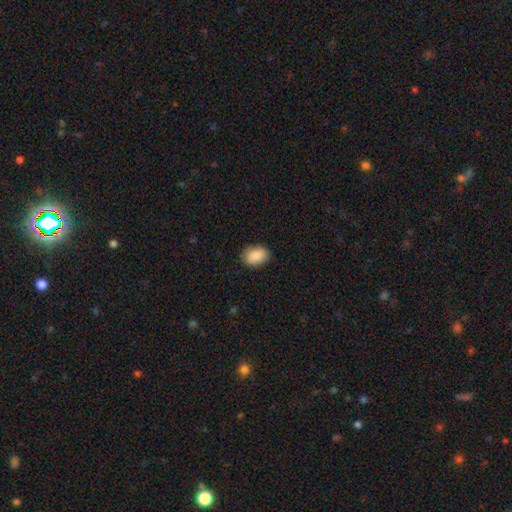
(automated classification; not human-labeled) A smooth galaxy with no disk features (90%) that is in between round and cigar-shaped (82%). Merging: none (86%).